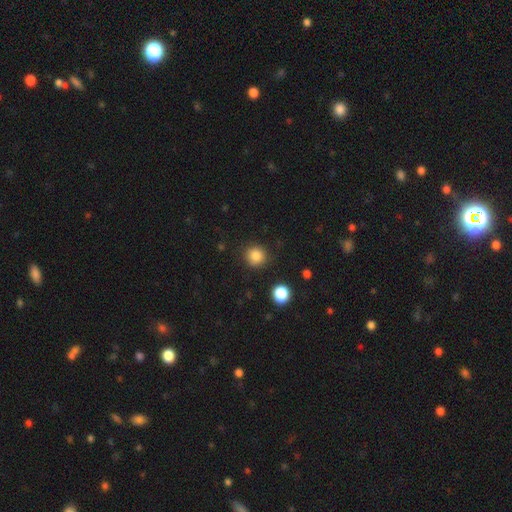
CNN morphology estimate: smooth_or_featured: smooth (p=0.84) [alt: star or artifact p=0.12]
how_rounded: round (p=0.91) [alt: in between p=0.08]
merging: none (p=0.88) [alt: minor disturbance p=0.07]